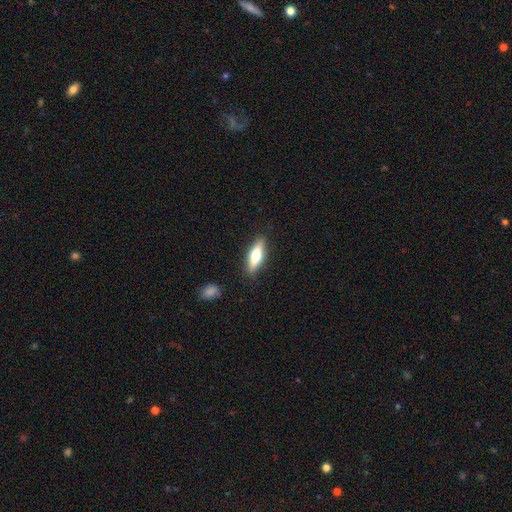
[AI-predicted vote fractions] This is possibly a smooth galaxy (53%). How rounded: possibly cigar-shaped (50%). Merging: clearly none (87%).